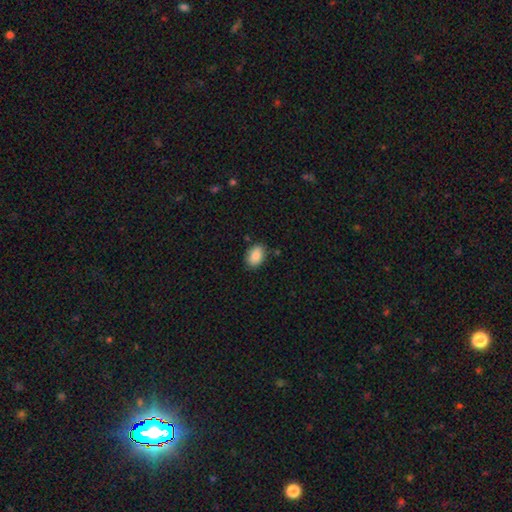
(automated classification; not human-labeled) A smooth galaxy with no disk features (88%) that is in between round and cigar-shaped (83%).

Vote fractions:
- Smooth or featured? smooth: 88% / star or artifact: 7% / featured or disk: 4%
- How rounded? in between: 83% / round: 16% / cigar-shaped: 1%
- Merging? none: 81% / minor disturbance: 14% / major disturbance: 3% / merger: 2%